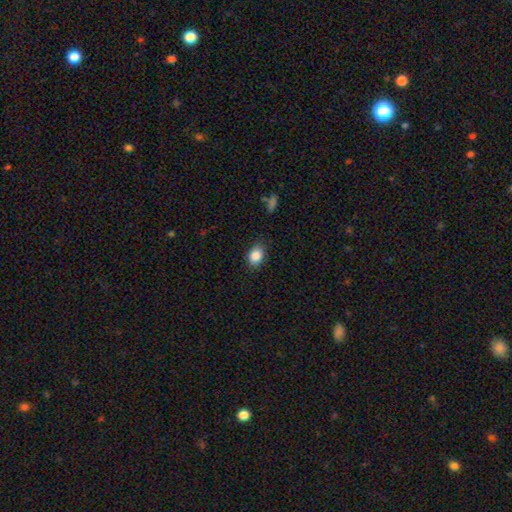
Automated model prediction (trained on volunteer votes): smooth 87%, star or artifact 9%, featured or disk 5%. Down the decision tree: how rounded — in between (64%); merging — none (83%).